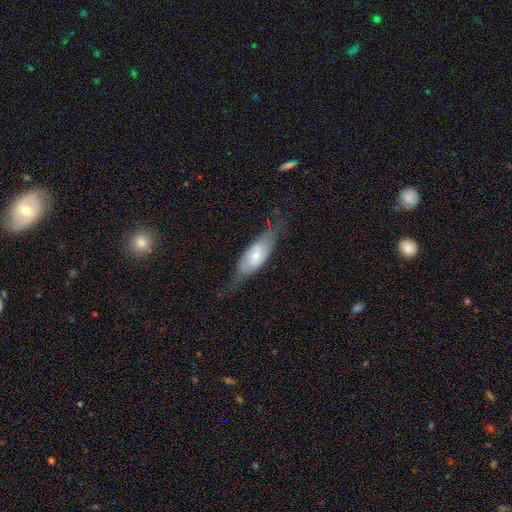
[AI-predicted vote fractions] featured or disk 55%, smooth 38%, star or artifact 8%. Down the decision tree: edge-on disk — no (61%); merging — none (60%).